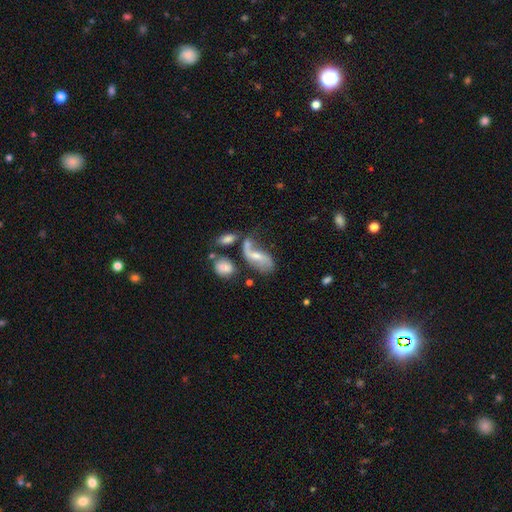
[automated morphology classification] Q: Smooth or featured?
A: featured or disk (71%); runner-up: smooth (20%)
Q: Edge-on disk?
A: no (94%); runner-up: yes (6%)
Q: Bar?
A: no (42%); runner-up: weak (39%)
Q: Spiral arms?
A: yes (87%); runner-up: no (13%)
Q: Spiral winding?
A: loose (78%); runner-up: medium (16%)
Q: Spiral arm count?
A: 2 (80%); runner-up: 1 (11%)
Q: Bulge size?
A: small (48%); runner-up: moderate (42%)
Q: Merging?
A: none (37%); runner-up: merger (24%)